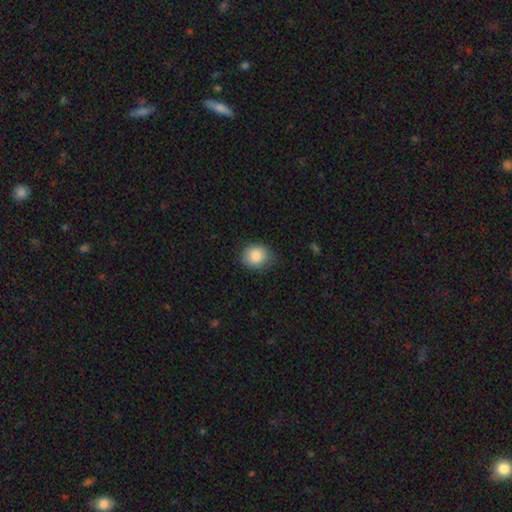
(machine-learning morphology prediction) Overall: smooth (87%). How rounded: round (70%). Merging: none (77%).